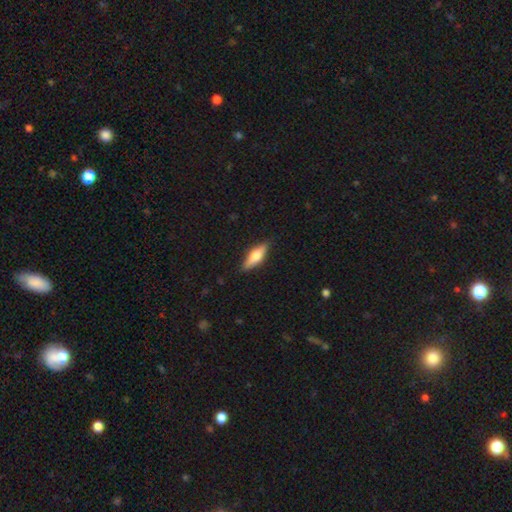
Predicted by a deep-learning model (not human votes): Smooth or featured? Predicted: featured or disk (p=0.48). Merging? Predicted: none (p=0.87).